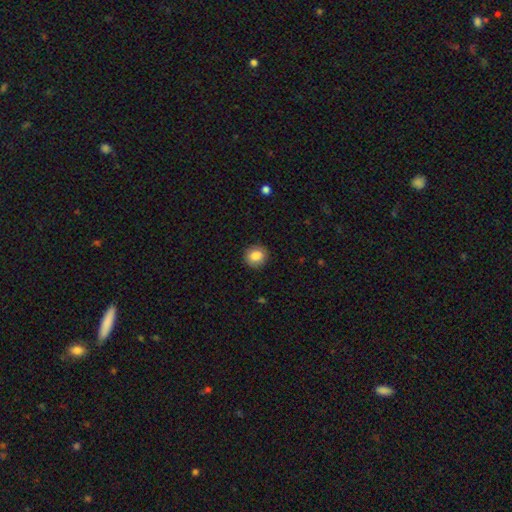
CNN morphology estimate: Smooth or featured? smooth (84%)
How rounded? round (80%)
Merging? none (89%)